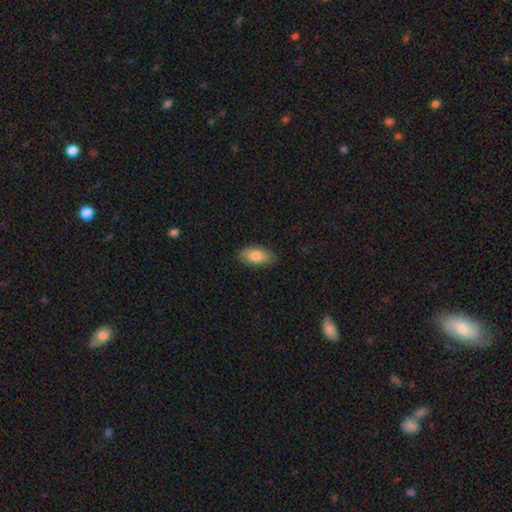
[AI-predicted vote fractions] Smooth or featured? smooth (83%)
How rounded? in between (92%)
Merging? none (84%)